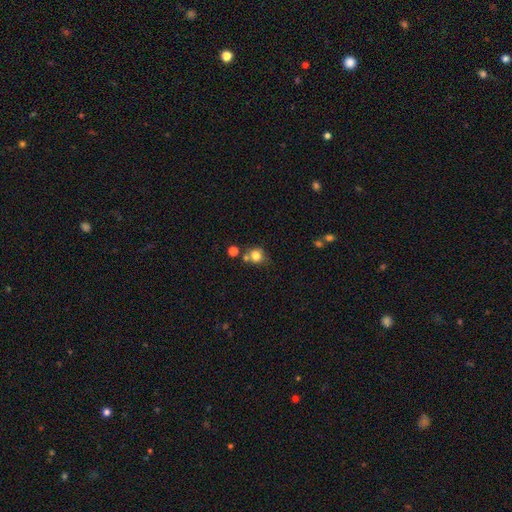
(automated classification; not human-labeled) A smooth galaxy with no disk features (79%) that is round (82%). Merging: none (58%).